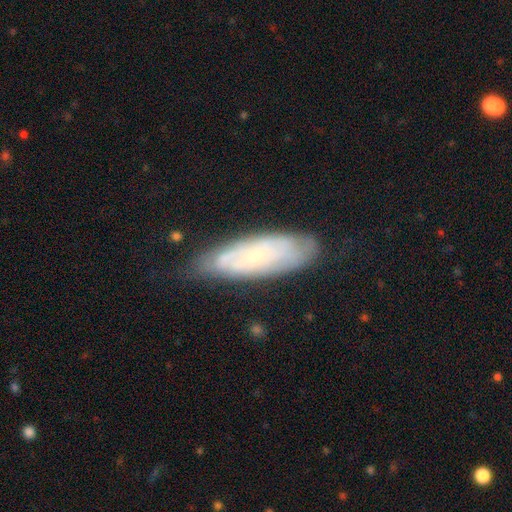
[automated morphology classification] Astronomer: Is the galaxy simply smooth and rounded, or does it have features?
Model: featured or disk — 53% (runner-up: smooth, 39%).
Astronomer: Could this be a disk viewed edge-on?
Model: no — 78%.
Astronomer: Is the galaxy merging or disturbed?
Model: none — 68%.